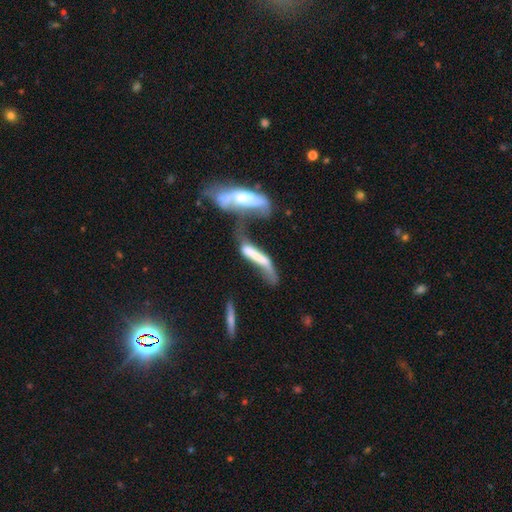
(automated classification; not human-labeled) This appears to be a featured or disk galaxy (51%). Merging: merger (59%).